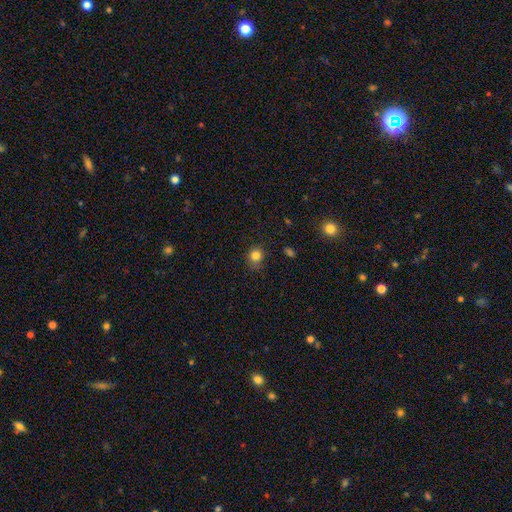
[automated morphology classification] A smooth galaxy with no disk features (82%) that is round (81%). Merging: none (77%).